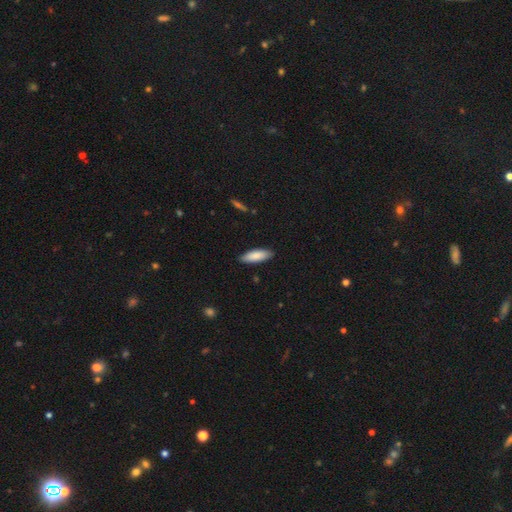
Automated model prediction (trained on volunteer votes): Smooth or featured: smooth — 86% (featured or disk — 8%)
How rounded: in between — 59% (cigar-shaped — 39%)
Merging: none — 88% (minor disturbance — 9%)